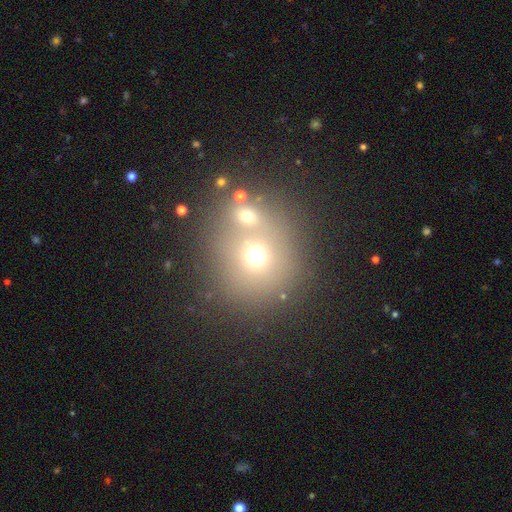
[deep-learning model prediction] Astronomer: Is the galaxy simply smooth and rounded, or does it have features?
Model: smooth — 63%.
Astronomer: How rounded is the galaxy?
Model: round — 86%.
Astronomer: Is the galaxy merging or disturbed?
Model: none — 50% (runner-up: merger, 38%).